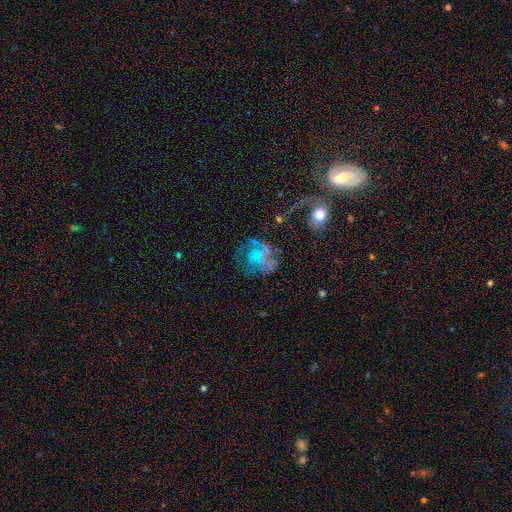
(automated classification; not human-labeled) featured or disk 61%, smooth 21%, star or artifact 18%. Down the decision tree: edge-on disk — no (98%); bar — no (78%); spiral arms — yes (54%); bulge size — none (68%); merging — none (40%).